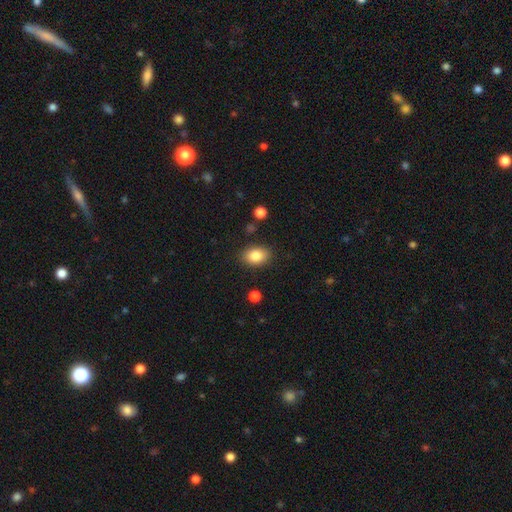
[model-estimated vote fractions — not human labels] This appears to be a smooth galaxy with no disk features (85%) that is in between round and cigar-shaped (80%). Merging: none (84%).